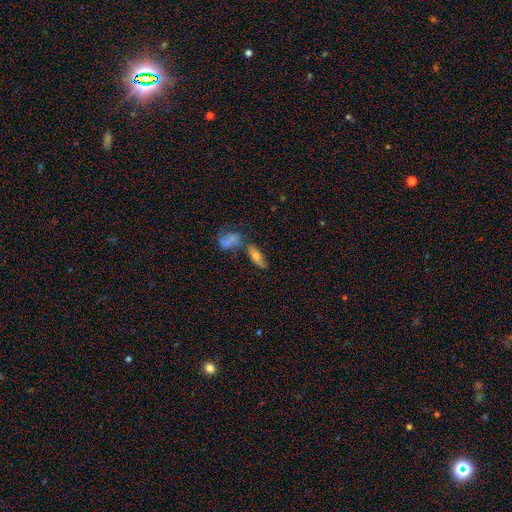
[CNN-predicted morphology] This is possibly a smooth galaxy (52%). How rounded: possibly in between (55%). Merging: possibly none (48%).